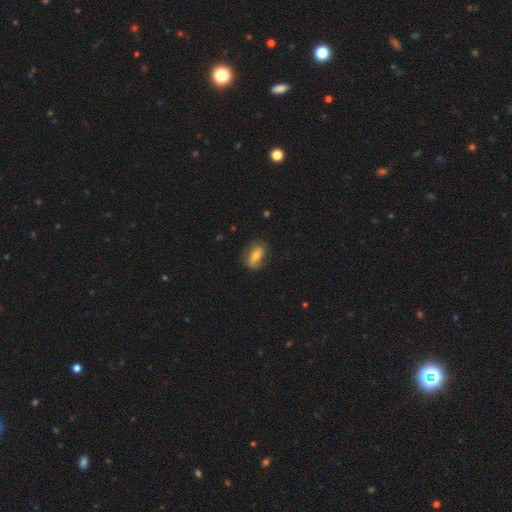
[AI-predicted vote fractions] Q: Smooth or featured?
A: smooth (56%); runner-up: featured or disk (36%)
Q: How rounded?
A: in between (82%); runner-up: round (10%)
Q: Merging?
A: none (68%); runner-up: minor disturbance (22%)